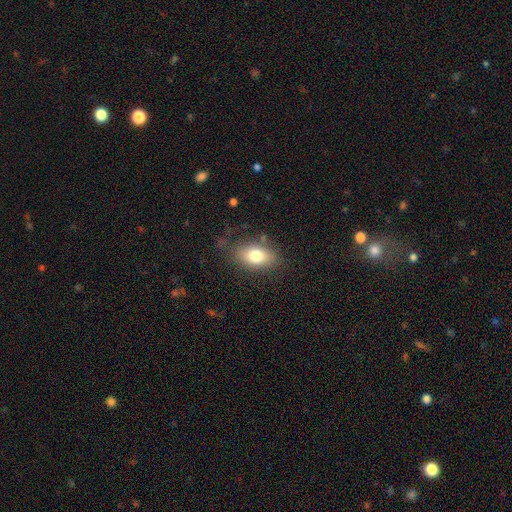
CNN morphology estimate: Smooth or featured?
  - smooth: 77% *
  - featured or disk: 15%
  - star or artifact: 8%
How rounded?
  - in between: 87% *
  - round: 10%
  - cigar-shaped: 3%
Merging?
  - none: 72% *
  - minor disturbance: 18%
  - major disturbance: 8%
  - merger: 2%